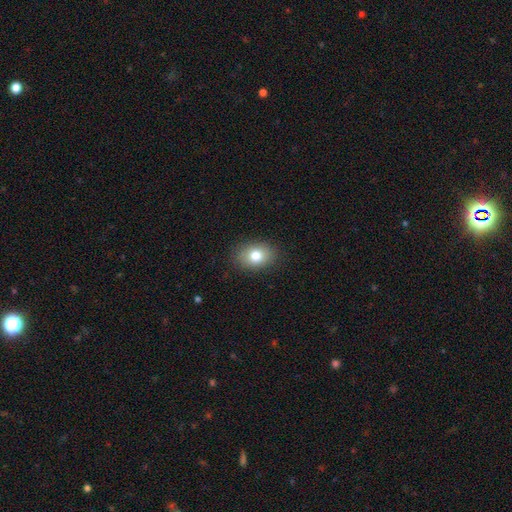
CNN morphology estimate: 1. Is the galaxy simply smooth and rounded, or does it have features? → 78% smooth, 12% featured or disk, 10% star or artifact.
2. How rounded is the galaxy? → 68% in between, 31% round, 1% cigar-shaped.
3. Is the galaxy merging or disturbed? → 87% none, 9% minor disturbance, 3% major disturbance, 1% merger.